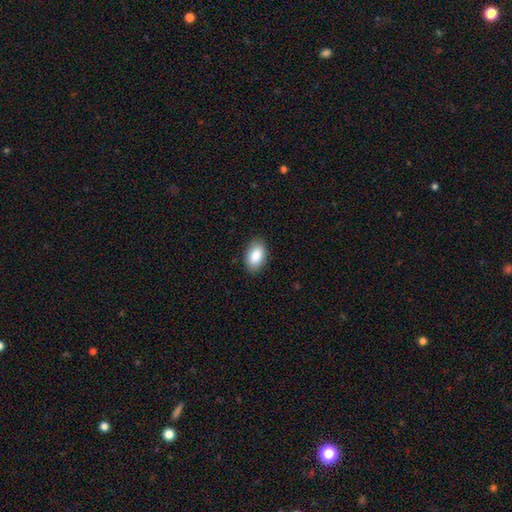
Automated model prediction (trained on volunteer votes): A smooth galaxy with no disk features (87%) that is in between round and cigar-shaped (93%). Merging: none (88%).